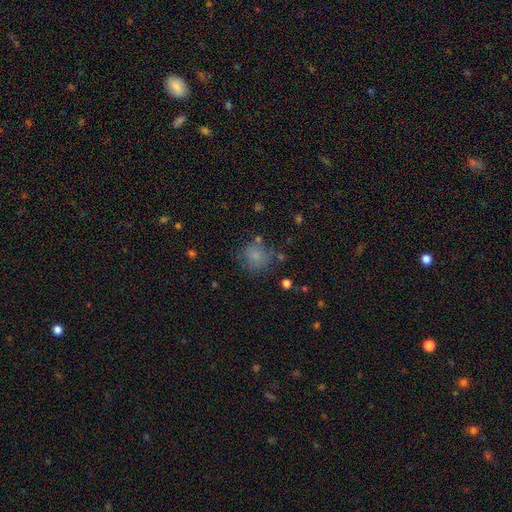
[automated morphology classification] Smooth or featured? smooth (74%)
How rounded? round (79%)
Merging? none (64%)